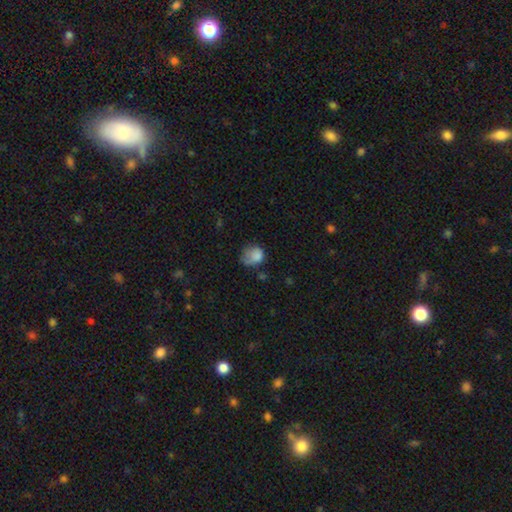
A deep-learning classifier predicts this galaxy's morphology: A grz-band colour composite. It shows a smooth galaxy with no disk features (78%) that is round (52%). Merging: minor disturbance (37%).